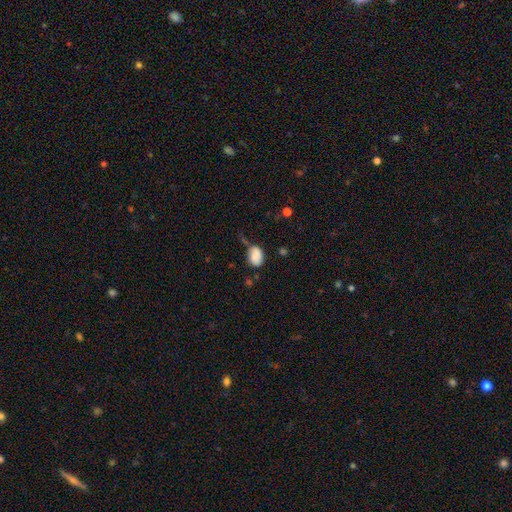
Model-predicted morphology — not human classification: A smooth galaxy with no disk features (84%) that is in between round and cigar-shaped (74%).

Vote fractions:
- Smooth or featured? smooth: 84% / star or artifact: 8% / featured or disk: 7%
- How rounded? in between: 74% / round: 24% / cigar-shaped: 1%
- Merging? none: 49% / minor disturbance: 31% / major disturbance: 12% / merger: 8%